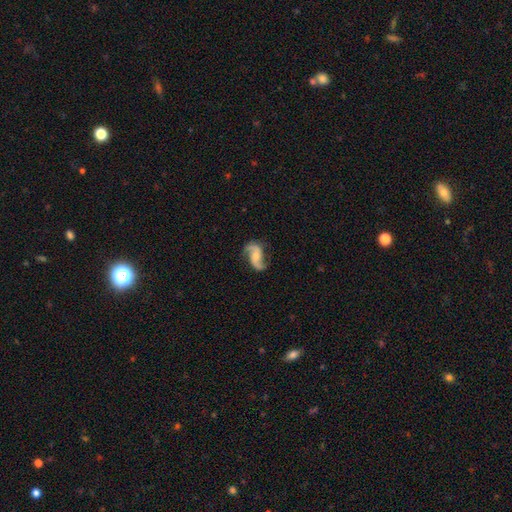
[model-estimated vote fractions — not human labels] featured or disk 86%, smooth 9%, star or artifact 5%. Down the decision tree: edge-on disk — no (97%); bar — no (53%); spiral arms — yes (97%); spiral arm count — 2 (93%); spiral winding — loose (61%); bulge size — small (42%); merging — none (75%).